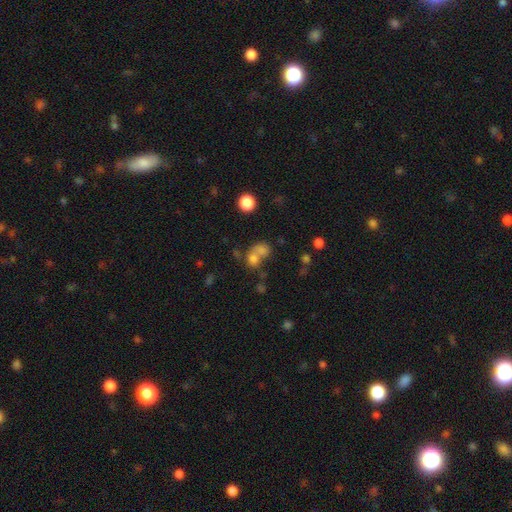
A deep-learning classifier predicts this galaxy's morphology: The model was most divided on "how rounded": round: 65%, in between: 34%, cigar-shaped: 1%. More confident: smooth or featured — smooth (69%); merging — merger (59%).